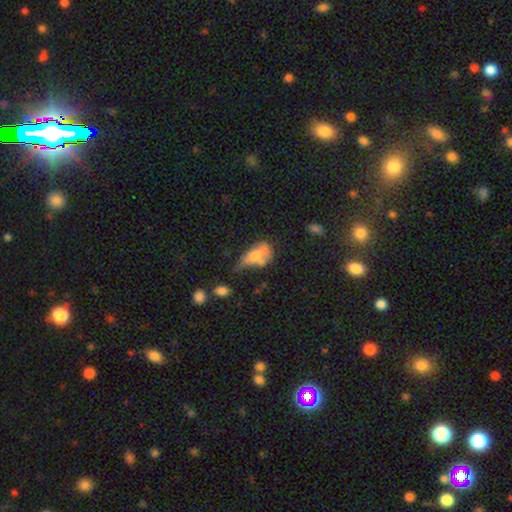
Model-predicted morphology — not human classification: Q: Smooth or featured?
A: smooth (60%); runner-up: featured or disk (30%)
Q: How rounded?
A: in between (83%); runner-up: round (12%)
Q: Merging?
A: merger (28%); runner-up: major disturbance (27%)